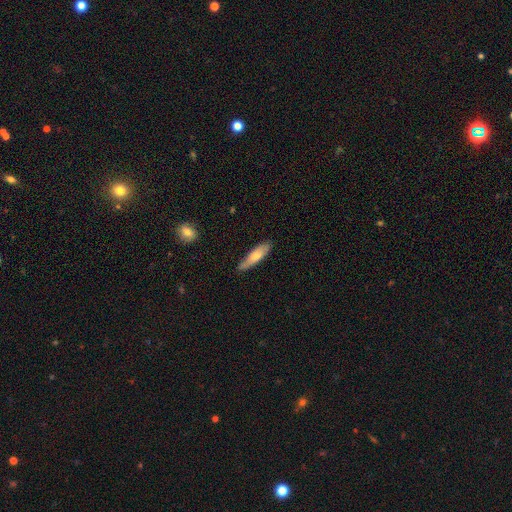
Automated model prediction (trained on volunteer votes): A smooth galaxy with no disk features (69%) that is cigar-shaped (72%). Merging: none (75%).